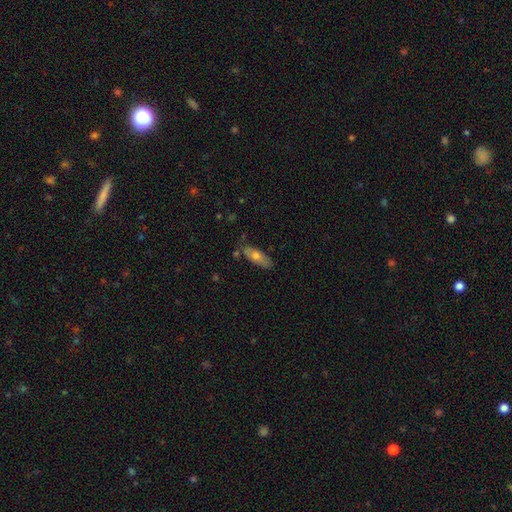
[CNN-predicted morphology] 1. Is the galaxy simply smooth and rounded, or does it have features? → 67% smooth, 27% featured or disk, 7% star or artifact.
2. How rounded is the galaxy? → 66% in between, 31% cigar-shaped, 2% round.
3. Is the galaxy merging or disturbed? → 72% none, 19% minor disturbance, 5% merger, 4% major disturbance.